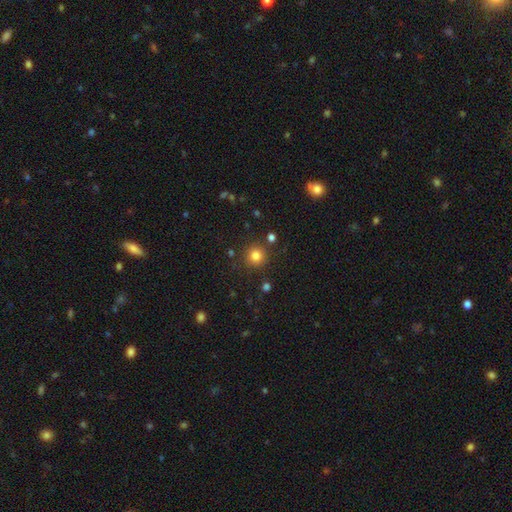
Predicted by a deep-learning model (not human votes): Morphology: type=smooth (81%); roundness=round (94%); merging=none (86%).